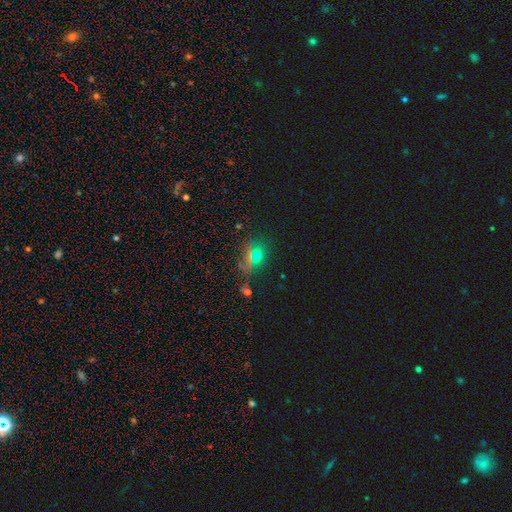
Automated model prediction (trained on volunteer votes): The model was most divided on "smooth or featured": smooth: 49%, star or artifact: 40%, featured or disk: 10%. More confident: merging — none (71%).